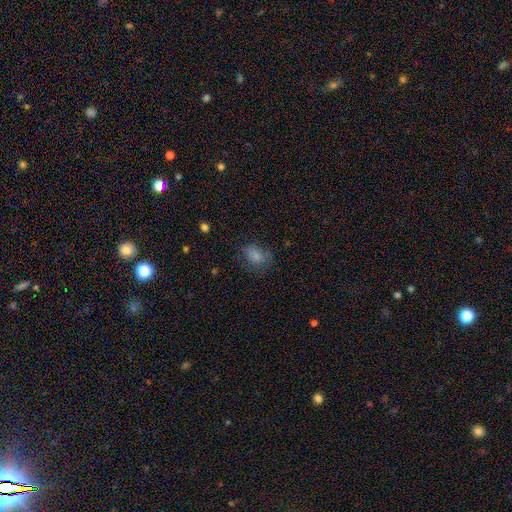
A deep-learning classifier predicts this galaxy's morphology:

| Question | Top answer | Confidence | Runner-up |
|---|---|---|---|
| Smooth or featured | smooth | 79% | star or artifact (11%) |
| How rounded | in between | 57% | round (42%) |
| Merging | none | 62% | minor disturbance (24%) |